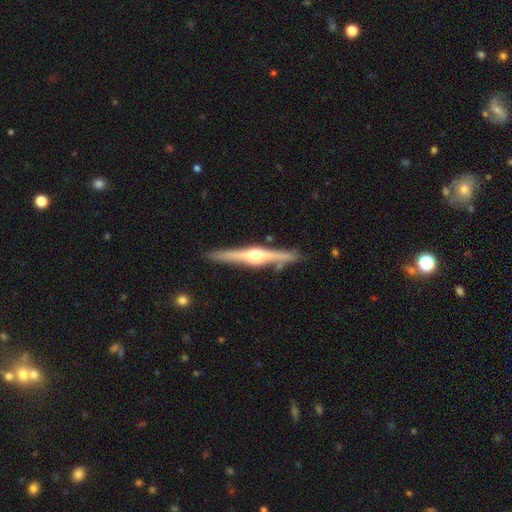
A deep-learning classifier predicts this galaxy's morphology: The model was most divided on "smooth or featured": featured or disk: 80%, smooth: 15%, star or artifact: 5%. More confident: edge-on disk — yes (98%); edge-on bulge — rounded (91%); merging — none (86%).